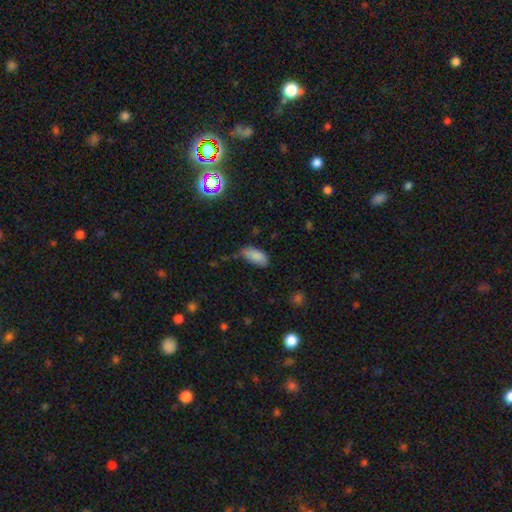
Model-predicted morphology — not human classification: Q: Smooth or featured?
A: smooth (84%); runner-up: star or artifact (9%)
Q: How rounded?
A: in between (91%); runner-up: cigar-shaped (6%)
Q: Merging?
A: none (44%); runner-up: minor disturbance (40%)